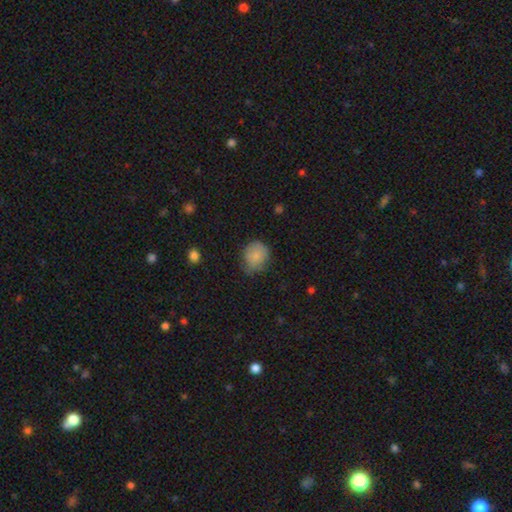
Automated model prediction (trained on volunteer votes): Smooth or featured? smooth (80%)
How rounded? round (73%)
Merging? none (56%)